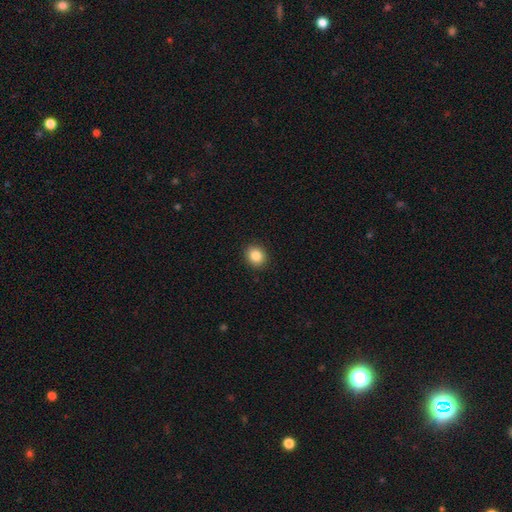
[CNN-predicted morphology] smooth_or_featured: smooth (p=0.85) [alt: star or artifact p=0.09]
how_rounded: round (p=0.69) [alt: in between p=0.30]
merging: none (p=0.91) [alt: minor disturbance p=0.06]